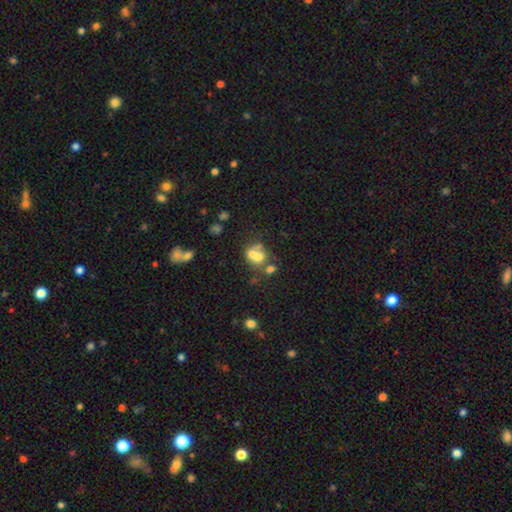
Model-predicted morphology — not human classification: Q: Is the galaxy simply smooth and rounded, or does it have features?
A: smooth — 59%.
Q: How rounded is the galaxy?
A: in between — 55%.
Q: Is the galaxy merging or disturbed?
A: merger — 53%.